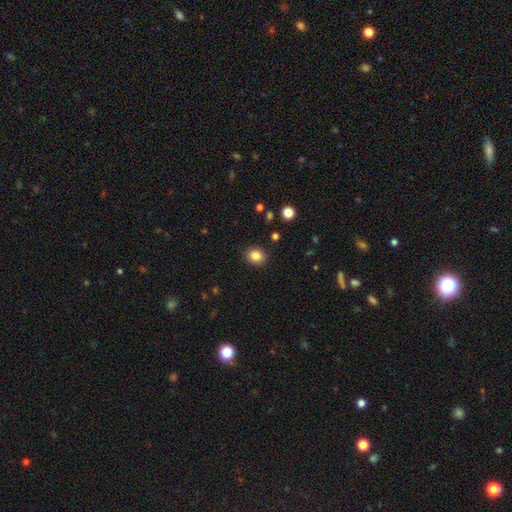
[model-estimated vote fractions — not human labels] Morphology: type=smooth (85%); roundness=round (58%); merging=none (89%).